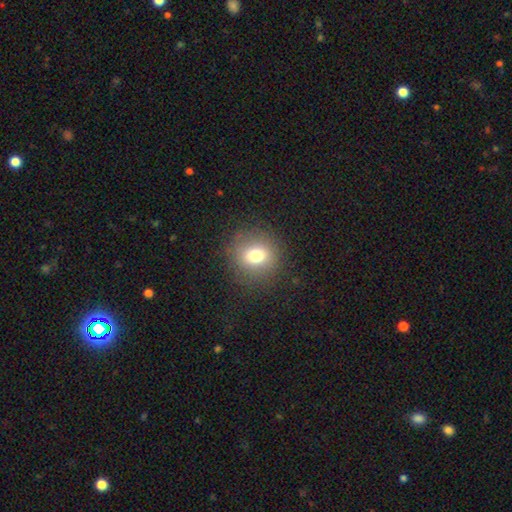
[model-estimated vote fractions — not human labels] A smooth galaxy with no disk features (75%) that is round (86%). Merging: none (86%).